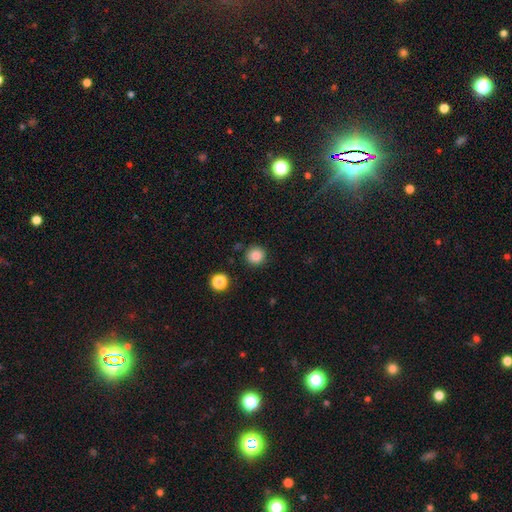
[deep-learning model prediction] smooth-or-featured: smooth: 85% | star or artifact: 11% | featured or disk: 4%
  how-rounded: round: 94% | in between: 5% | cigar-shaped: 1%
  merging: none: 88% | minor disturbance: 7% | merger: 3% | major disturbance: 2%